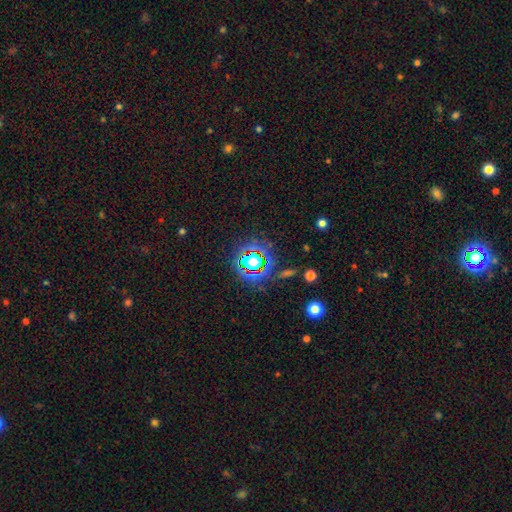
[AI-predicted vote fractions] A star or artifact, not a galaxy (81%).

Vote fractions:
- Smooth or featured? star or artifact: 81% / smooth: 11% / featured or disk: 7%